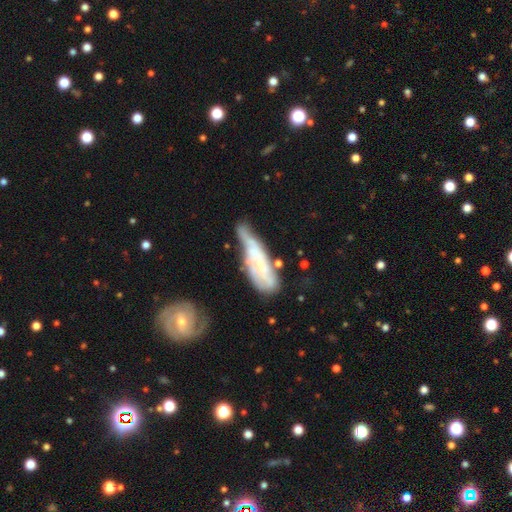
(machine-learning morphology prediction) A featured or disk galaxy (53%). Merging: none (35%, tied with minor disturbance).